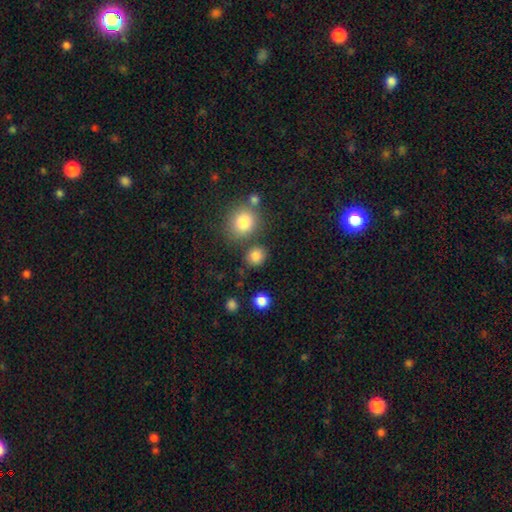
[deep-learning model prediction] Smooth or featured?
  - smooth: 83% *
  - star or artifact: 12%
  - featured or disk: 5%
How rounded?
  - round: 78% *
  - in between: 20%
  - cigar-shaped: 1%
Merging?
  - none: 75% *
  - minor disturbance: 11%
  - merger: 10%
  - major disturbance: 4%